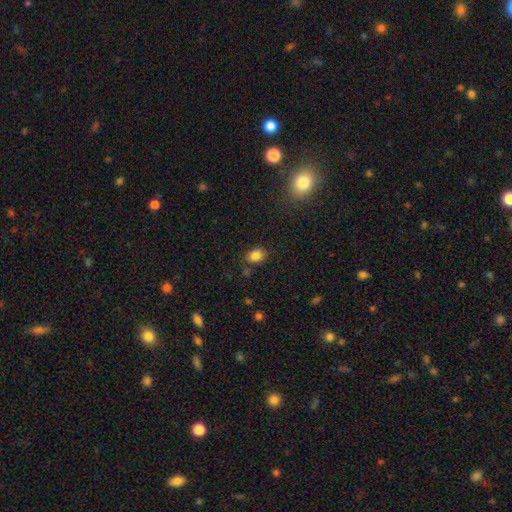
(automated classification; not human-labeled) This is clearly a smooth galaxy (83%). How rounded: likely in between (67%). Merging: likely none (80%).